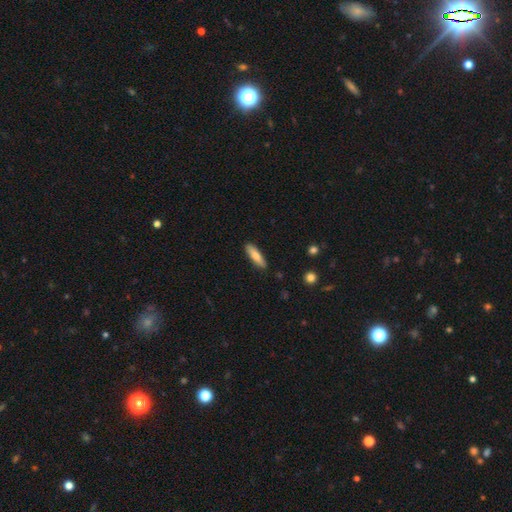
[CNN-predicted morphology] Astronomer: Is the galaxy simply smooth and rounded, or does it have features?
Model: smooth — 75%.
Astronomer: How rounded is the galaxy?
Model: cigar-shaped — 66%.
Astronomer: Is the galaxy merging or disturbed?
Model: none — 87%.